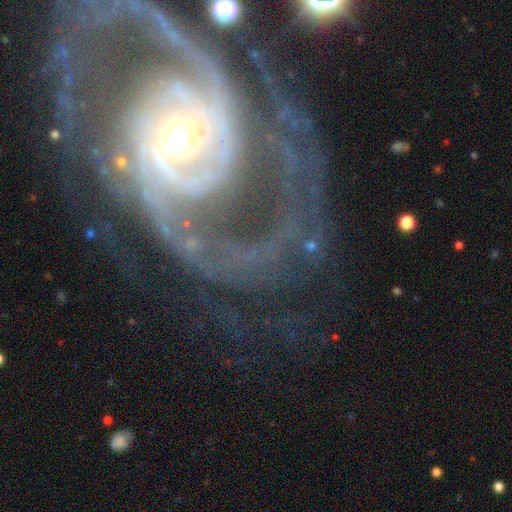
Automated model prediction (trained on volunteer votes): featured or disk 88%, star or artifact 6%, smooth 5%. Down the decision tree: edge-on disk — no (97%); bar — no (55%); spiral arms — yes (93%); spiral arm count — 2 (44%); spiral winding — tight (46%); bulge size — moderate (57%); merging — none (55%).